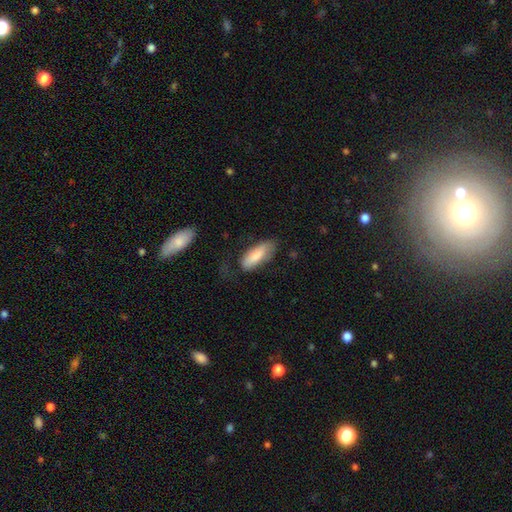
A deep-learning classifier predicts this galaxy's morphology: smooth-or-featured: smooth: 82% | featured or disk: 12% | star or artifact: 6%
  how-rounded: in between: 76% | cigar-shaped: 22% | round: 2%
  merging: none: 55% | minor disturbance: 28% | major disturbance: 14% | merger: 2%